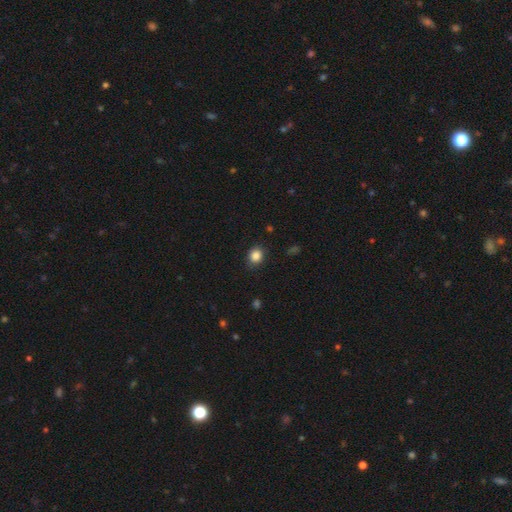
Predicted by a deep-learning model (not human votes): Smooth or featured? smooth (86%)
How rounded? round (69%)
Merging? none (85%)